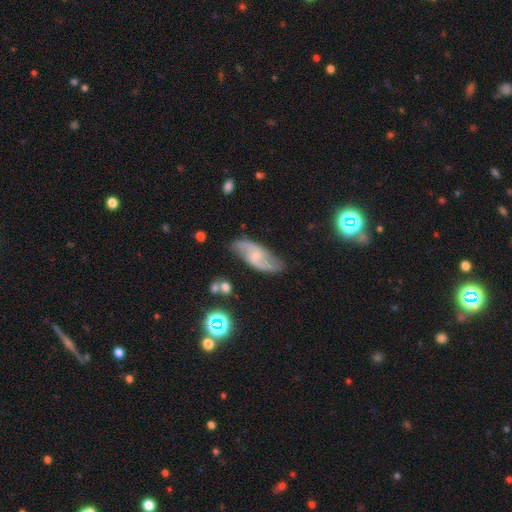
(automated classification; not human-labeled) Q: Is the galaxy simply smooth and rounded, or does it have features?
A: featured or disk — 80%.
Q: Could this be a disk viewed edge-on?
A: no — 93%.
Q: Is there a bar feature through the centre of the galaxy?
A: no — 50%.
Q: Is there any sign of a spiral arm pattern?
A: yes — 94%.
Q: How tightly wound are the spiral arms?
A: loose — 52%.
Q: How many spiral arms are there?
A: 2 — 90%.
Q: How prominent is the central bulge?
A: small — 64%.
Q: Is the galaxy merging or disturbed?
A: none — 77%.